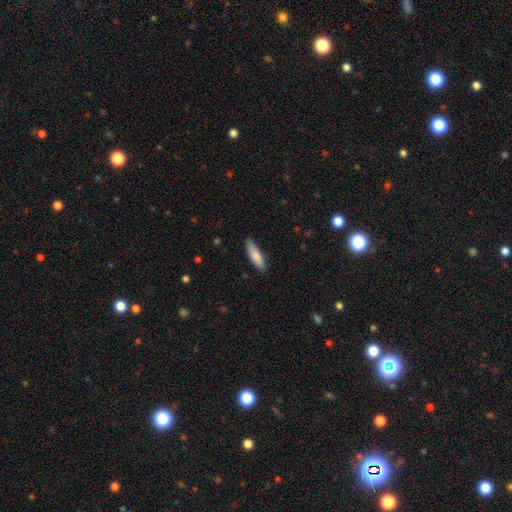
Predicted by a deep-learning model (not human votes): smooth_or_featured: smooth (p=0.82) [alt: featured or disk p=0.13]
how_rounded: cigar-shaped (p=0.63) [alt: in between p=0.35]
merging: none (p=0.85) [alt: minor disturbance p=0.12]